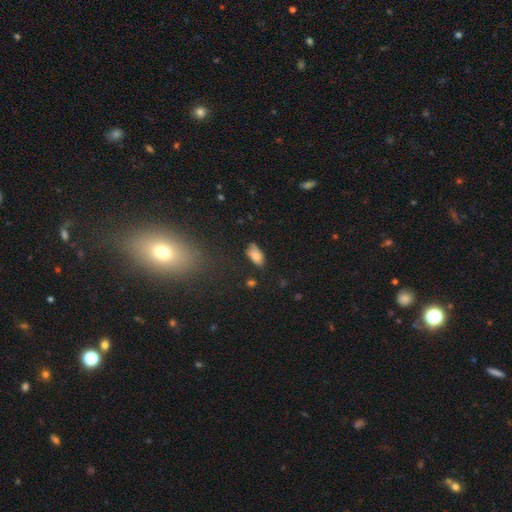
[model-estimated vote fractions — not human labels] A smooth galaxy with no disk features (82%) that is in between round and cigar-shaped (92%). Merging: none (66%).